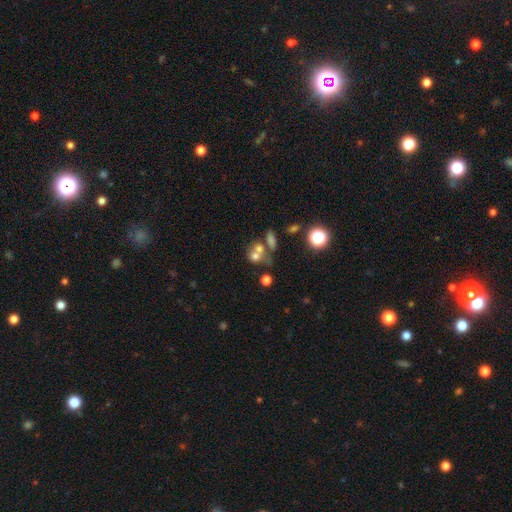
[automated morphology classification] smooth 63%, featured or disk 20%, star or artifact 17%. Down the decision tree: how rounded — round (65%); merging — merger (53%).